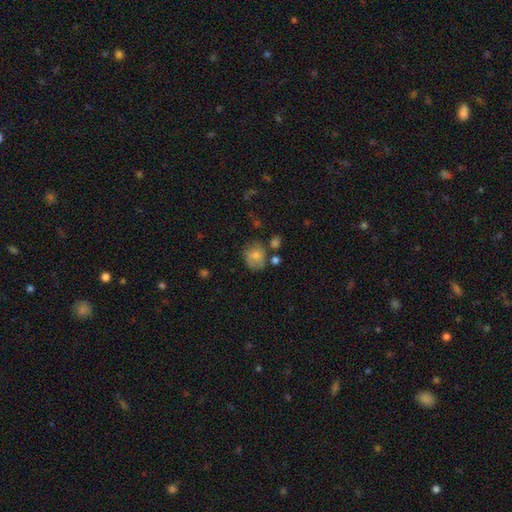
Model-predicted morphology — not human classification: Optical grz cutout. It shows a smooth galaxy with no disk features (72%) that is round (62%). Merging: none (54%).